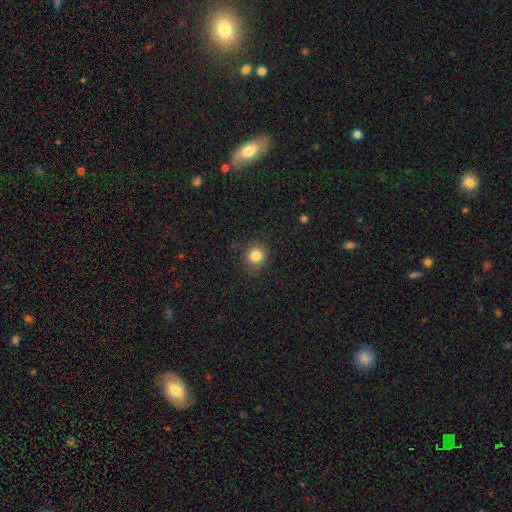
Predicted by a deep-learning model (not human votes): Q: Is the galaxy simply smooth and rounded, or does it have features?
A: smooth — 83%.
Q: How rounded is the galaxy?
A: round — 86%.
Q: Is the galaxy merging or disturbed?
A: none — 84%.